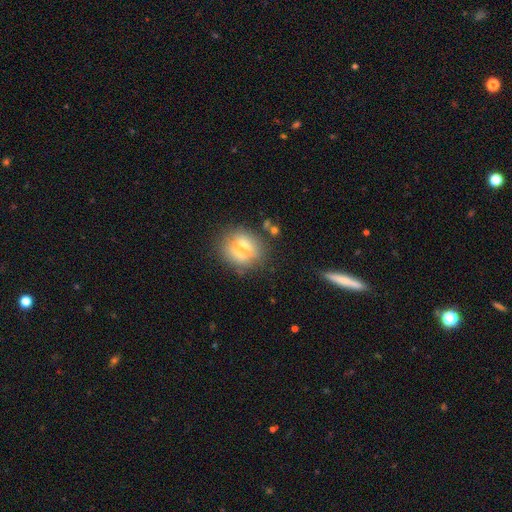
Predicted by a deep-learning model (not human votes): This is likely a smooth galaxy (63%). How rounded: likely round (78%). Merging: likely none (75%).